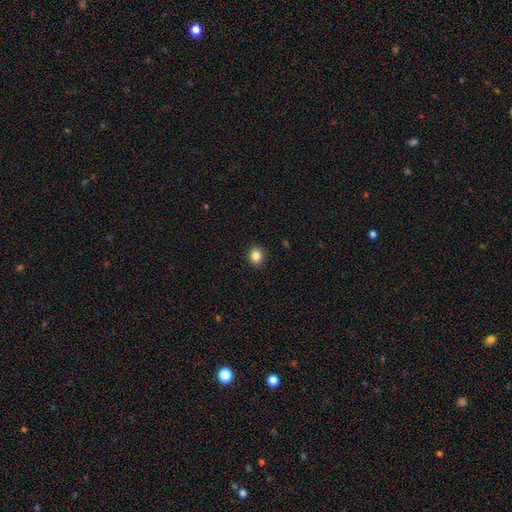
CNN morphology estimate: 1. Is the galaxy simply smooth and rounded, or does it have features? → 85% smooth, 11% star or artifact, 4% featured or disk.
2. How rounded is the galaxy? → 75% round, 24% in between, 1% cigar-shaped.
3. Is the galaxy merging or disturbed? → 91% none, 6% minor disturbance, 2% major disturbance, 1% merger.